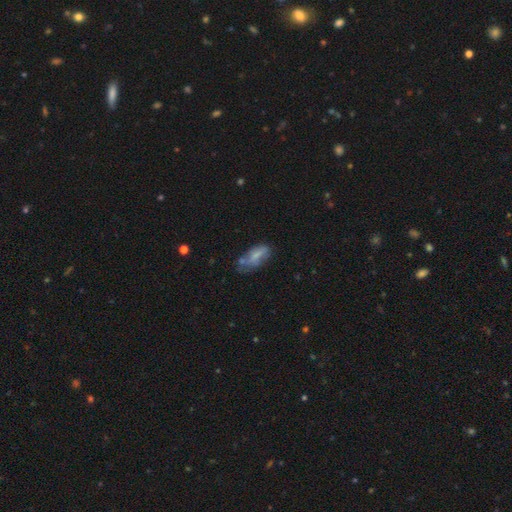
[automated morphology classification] smooth_or_featured: smooth (p=0.63) [alt: featured or disk p=0.28]
how_rounded: in between (p=0.82) [alt: cigar-shaped p=0.16]
merging: none (p=0.43) [alt: minor disturbance p=0.32]